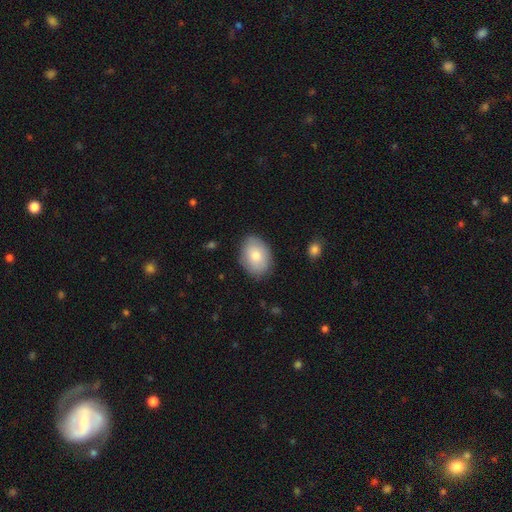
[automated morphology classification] Smooth or featured? Predicted: smooth (p=0.77). How rounded? Predicted: in between (p=0.82). Merging? Predicted: none (p=0.83).